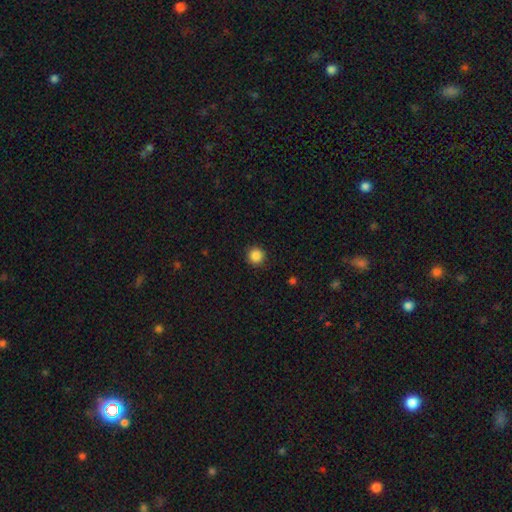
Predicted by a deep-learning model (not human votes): Smooth or featured?
  - smooth: 87% *
  - star or artifact: 10%
  - featured or disk: 3%
How rounded?
  - round: 95% *
  - in between: 4%
  - cigar-shaped: 1%
Merging?
  - none: 91% *
  - minor disturbance: 6%
  - major disturbance: 2%
  - merger: 1%